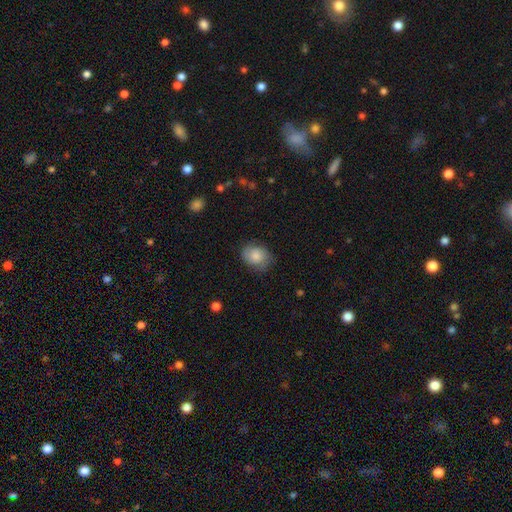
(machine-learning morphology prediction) Smooth or featured? Predicted: smooth (p=0.74). How rounded? Predicted: round (p=0.50). Merging? Predicted: none (p=0.71).